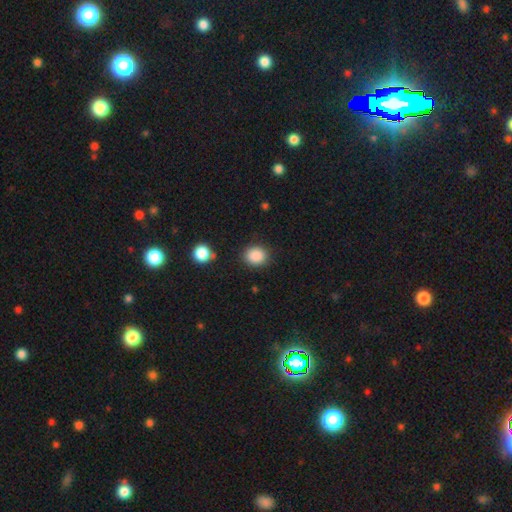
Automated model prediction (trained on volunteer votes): Smooth or featured? smooth (88%)
How rounded? round (74%)
Merging? none (86%)